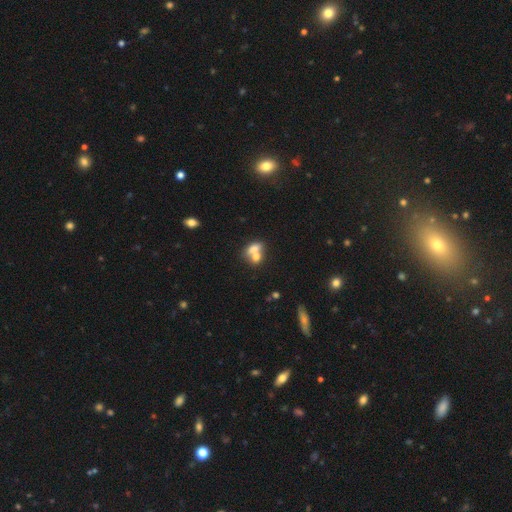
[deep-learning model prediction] Smooth or featured? Predicted: smooth (p=0.69). How rounded? Predicted: in between (p=0.64). Merging? Predicted: merger (p=0.65).